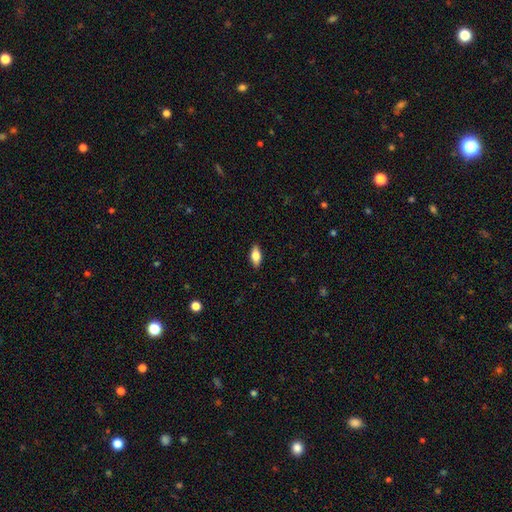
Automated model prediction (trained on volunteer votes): A smooth galaxy with no disk features (78%) that is in between round and cigar-shaped (85%). Merging: none (88%).